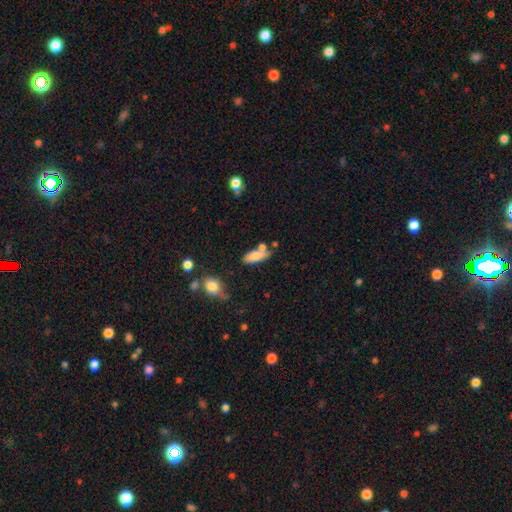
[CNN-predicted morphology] A smooth galaxy with no disk features (77%) that is in between round and cigar-shaped (74%).

Vote fractions:
- Smooth or featured? smooth: 77% / featured or disk: 15% / star or artifact: 8%
- How rounded? in between: 74% / cigar-shaped: 24% / round: 3%
- Merging? none: 54% / merger: 21% / minor disturbance: 19% / major disturbance: 6%